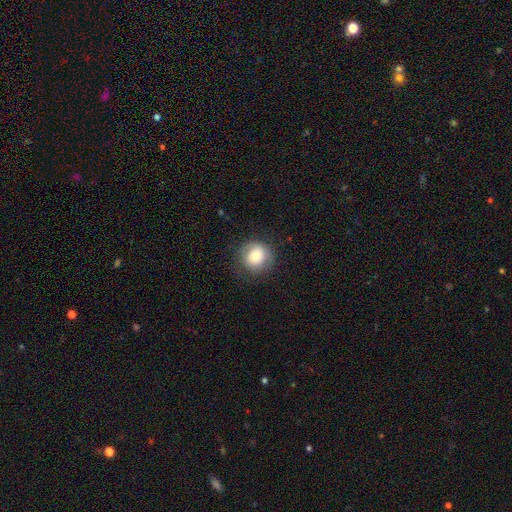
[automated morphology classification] smooth-or-featured: smooth: 75% | featured or disk: 16% | star or artifact: 9%
  how-rounded: round: 90% | in between: 9% | cigar-shaped: 1%
  merging: none: 80% | minor disturbance: 14% | major disturbance: 6% | merger: 1%